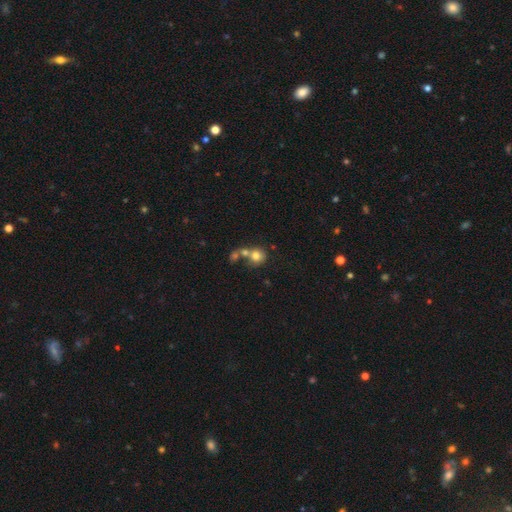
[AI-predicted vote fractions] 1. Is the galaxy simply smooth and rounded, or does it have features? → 74% smooth, 15% featured or disk, 11% star or artifact.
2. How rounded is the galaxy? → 80% round, 19% in between, 1% cigar-shaped.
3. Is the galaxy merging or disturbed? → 50% merger, 35% none, 9% minor disturbance, 6% major disturbance.